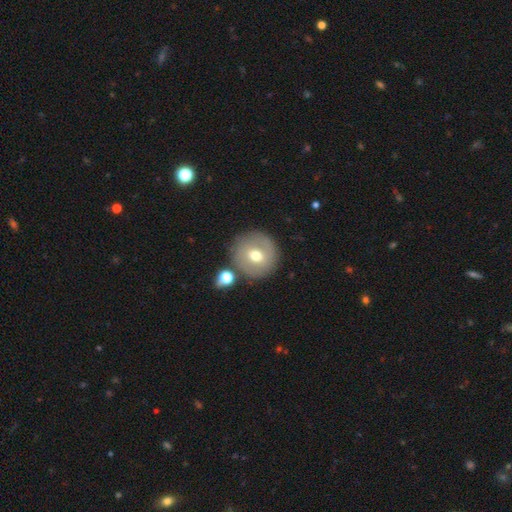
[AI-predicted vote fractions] Morphology: type=smooth (59%); roundness=round (93%); merging=none (79%).